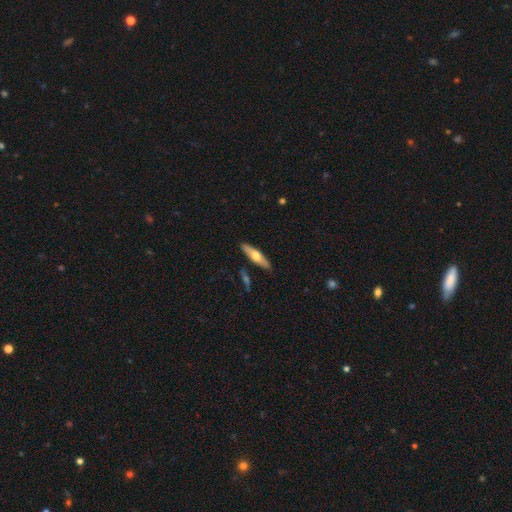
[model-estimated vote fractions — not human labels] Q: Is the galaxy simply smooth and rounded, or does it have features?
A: smooth — 50%.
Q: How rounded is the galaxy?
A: cigar-shaped — 68%.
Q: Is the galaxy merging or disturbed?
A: none — 87%.